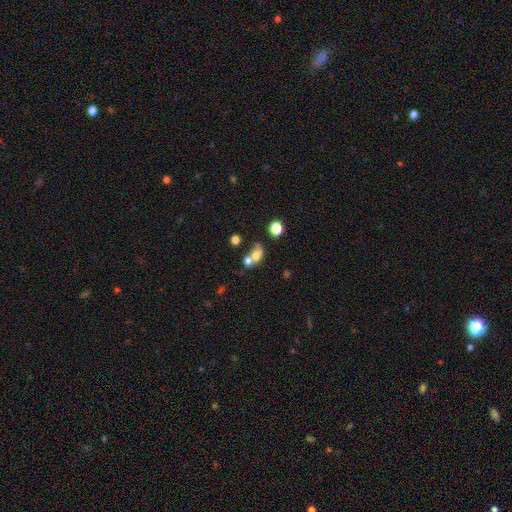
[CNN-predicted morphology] type=smooth (64%); roundness=round (52%); merging=merger (56%).